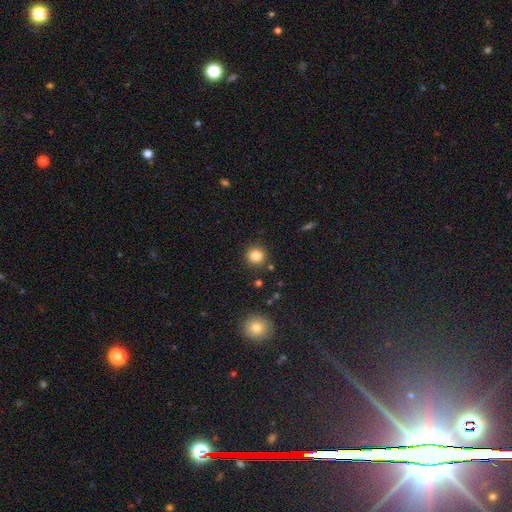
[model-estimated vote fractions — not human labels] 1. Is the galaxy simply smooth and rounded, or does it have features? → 84% smooth, 11% star or artifact, 5% featured or disk.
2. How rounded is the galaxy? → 91% round, 8% in between, 1% cigar-shaped.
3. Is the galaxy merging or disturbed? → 88% none, 7% minor disturbance, 3% merger, 2% major disturbance.